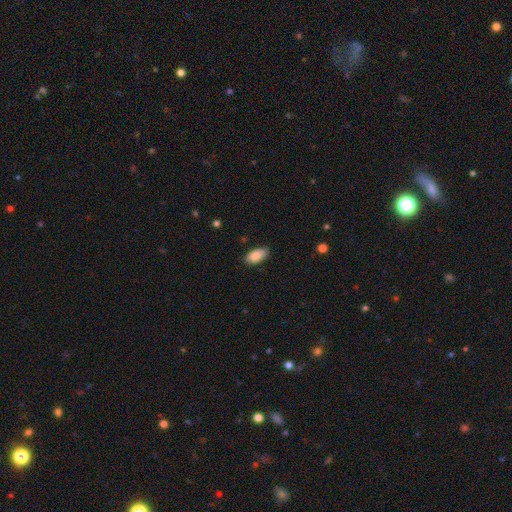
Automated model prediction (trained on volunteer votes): smooth_or_featured: smooth (p=0.88) [alt: star or artifact p=0.07]
how_rounded: in between (p=0.93) [alt: cigar-shaped p=0.04]
merging: none (p=0.81) [alt: minor disturbance p=0.16]